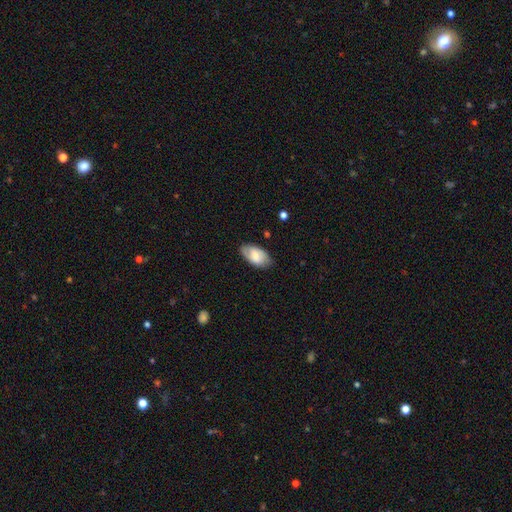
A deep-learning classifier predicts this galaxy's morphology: This is likely a smooth galaxy (61%). How rounded: clearly in between (94%). Merging: likely none (76%).